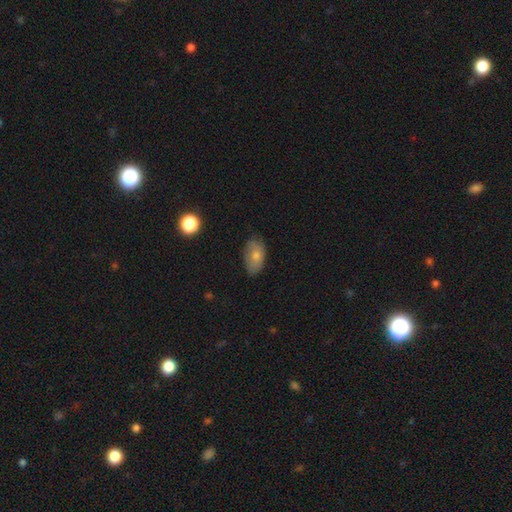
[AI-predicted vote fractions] This appears to be a smooth galaxy with no disk features (74%) that is in between round and cigar-shaped (91%). Merging: none (68%).